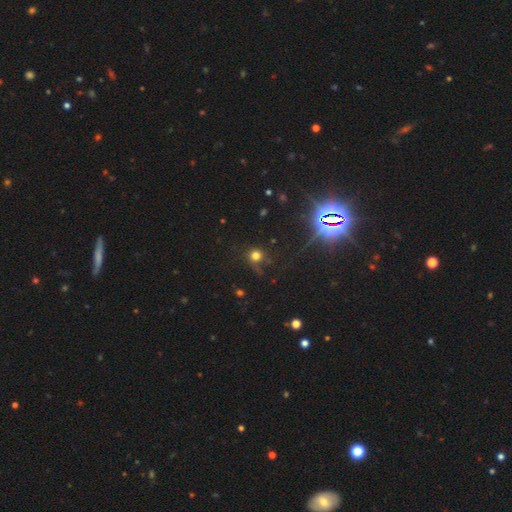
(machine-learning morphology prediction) Smooth or featured? Predicted: smooth (p=0.66). How rounded? Predicted: round (p=0.90). Merging? Predicted: none (p=0.64).